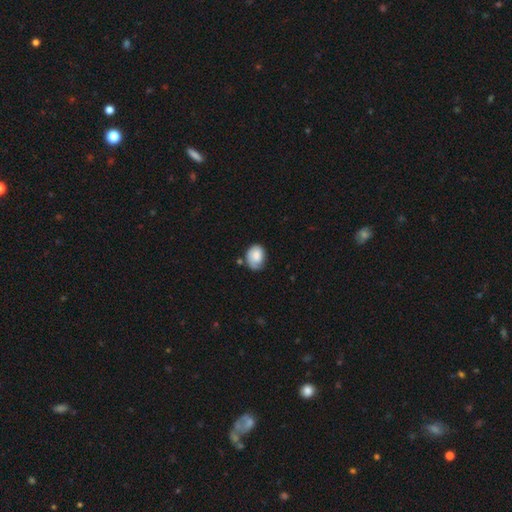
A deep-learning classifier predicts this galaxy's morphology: smooth-or-featured: smooth: 72% | featured or disk: 21% | star or artifact: 7%
  how-rounded: in between: 64% | round: 35% | cigar-shaped: 1%
  merging: none: 53% | minor disturbance: 32% | major disturbance: 10% | merger: 5%